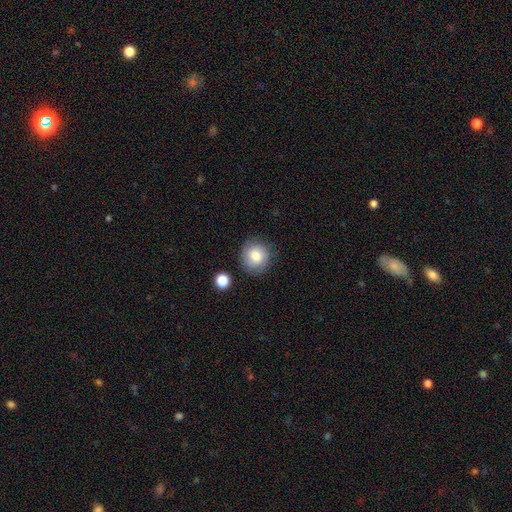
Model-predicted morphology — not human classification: The model was most divided on "smooth or featured": smooth: 79%, featured or disk: 13%, star or artifact: 9%. More confident: how rounded — round (88%); merging — none (81%).